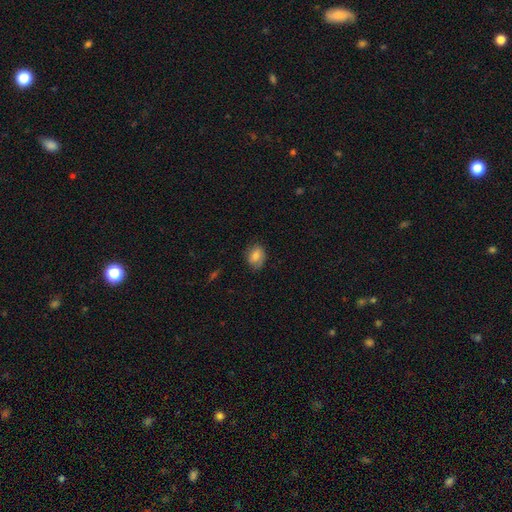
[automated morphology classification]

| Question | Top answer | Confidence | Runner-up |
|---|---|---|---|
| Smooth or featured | smooth | 76% | featured or disk (16%) |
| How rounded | in between | 63% | round (36%) |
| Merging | none | 73% | minor disturbance (21%) |